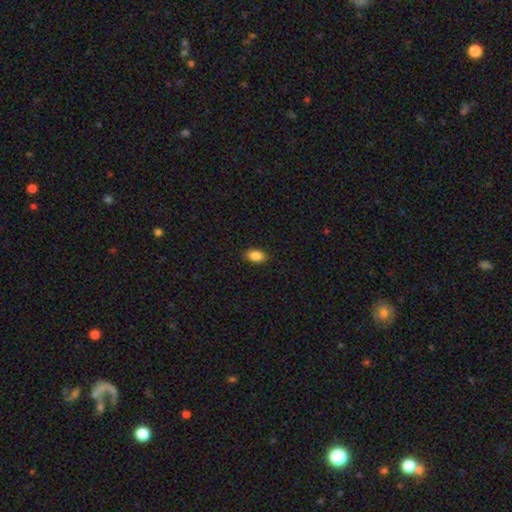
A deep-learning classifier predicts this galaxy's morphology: Overall: smooth (88%). How rounded: in between (91%). Merging: none (89%).